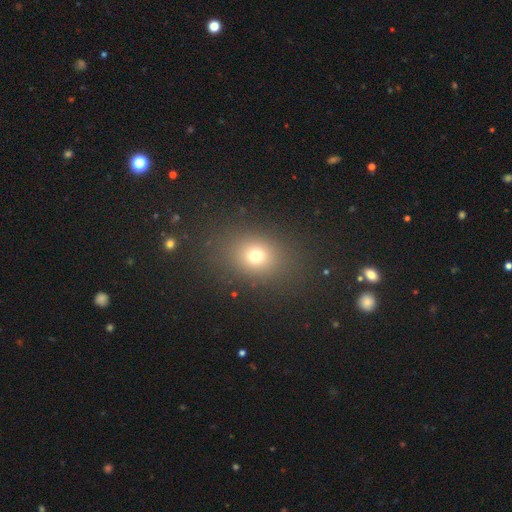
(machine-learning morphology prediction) type=smooth (71%); roundness=round (51%); merging=none (83%).